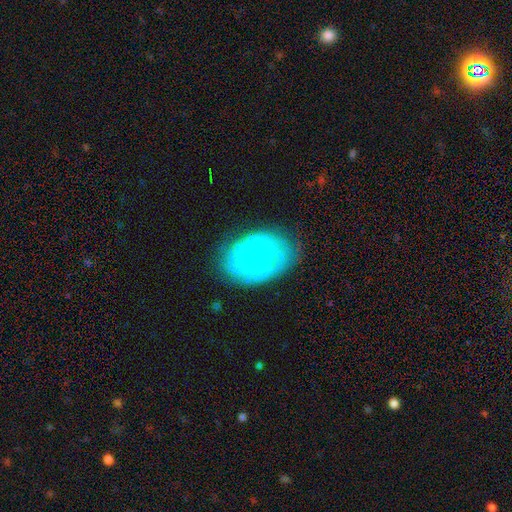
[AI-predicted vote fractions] A featured or disk galaxy (76%) with no bar (64%), tight (62%) spiral arms (94%) and a small central bulge (61%). Merging: none (75%).